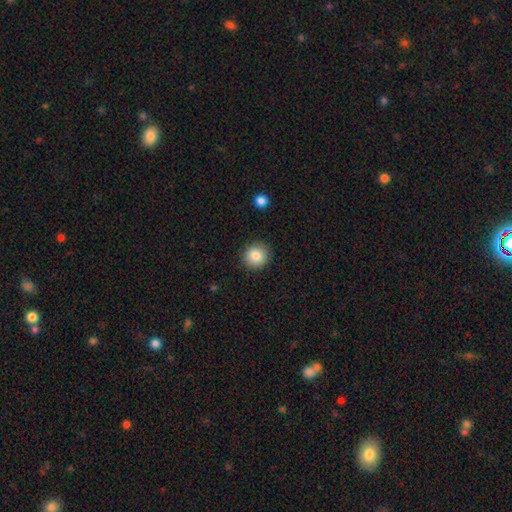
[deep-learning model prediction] The model was most divided on "smooth or featured": smooth: 85%, star or artifact: 9%, featured or disk: 6%. More confident: how rounded — round (92%); merging — none (90%).